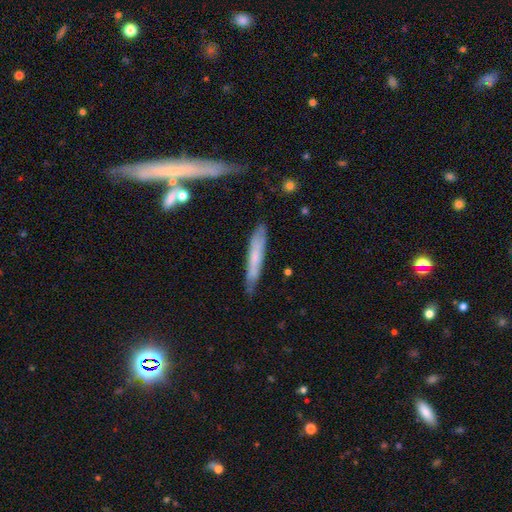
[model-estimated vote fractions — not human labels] smooth 51%, featured or disk 41%, star or artifact 8%. Down the decision tree: how rounded — cigar-shaped (92%); merging — none (75%).